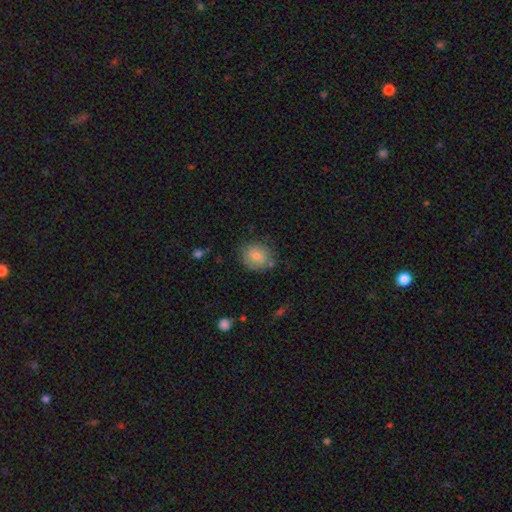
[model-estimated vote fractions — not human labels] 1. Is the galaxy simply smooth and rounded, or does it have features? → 80% smooth, 11% featured or disk, 9% star or artifact.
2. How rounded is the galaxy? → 78% round, 21% in between, 1% cigar-shaped.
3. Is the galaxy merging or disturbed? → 76% none, 16% minor disturbance, 4% major disturbance, 4% merger.